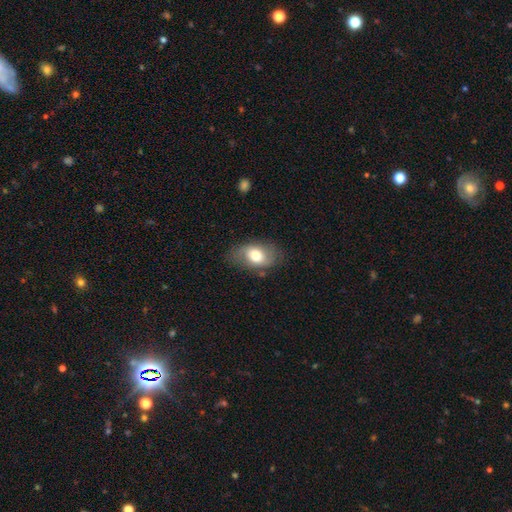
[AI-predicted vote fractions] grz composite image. It shows a smooth galaxy with no disk features (65%) that is in between round and cigar-shaped (86%). Merging: none (72%).